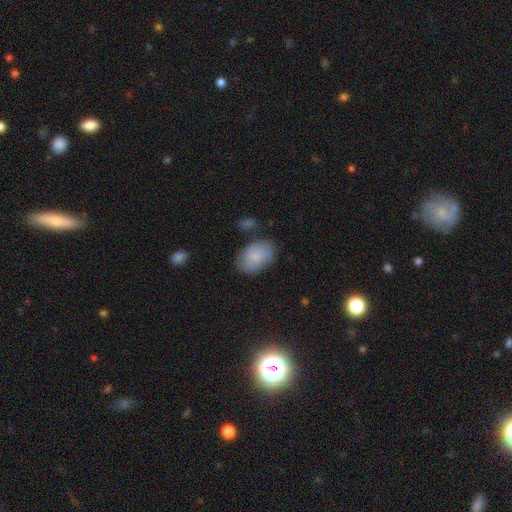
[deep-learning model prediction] Morphology: type=smooth (79%); roundness=in between (85%); merging=none (67%).